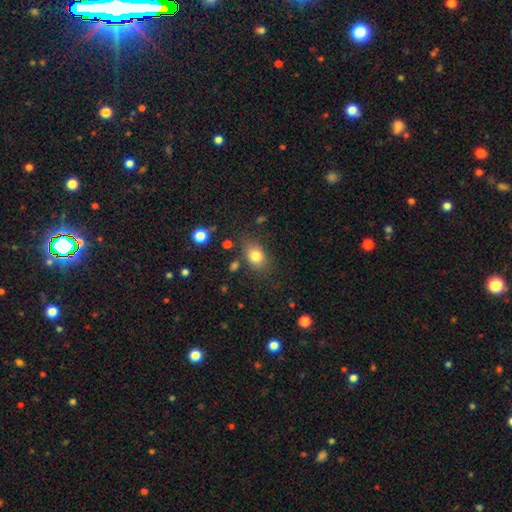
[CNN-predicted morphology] Smooth or featured: smooth — 80% (star or artifact — 10%)
How rounded: in between — 69% (round — 29%)
Merging: none — 73% (minor disturbance — 18%)